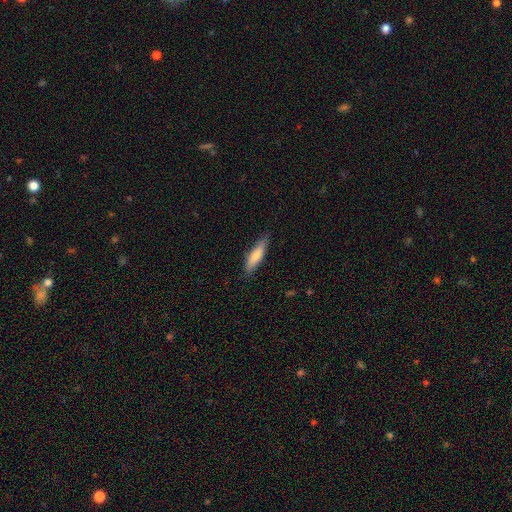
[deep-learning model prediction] Smooth or featured: smooth — 77% (featured or disk — 17%)
How rounded: cigar-shaped — 69% (in between — 30%)
Merging: none — 83% (minor disturbance — 14%)